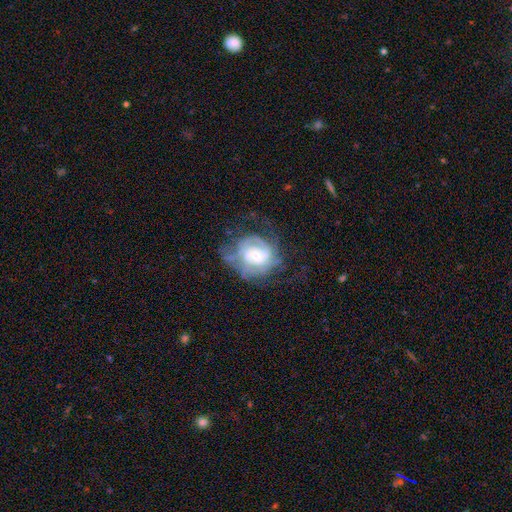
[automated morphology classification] smooth-or-featured: featured or disk: 77% | smooth: 16% | star or artifact: 7%
  disk-edge-on: no: 97% | yes: 3%
    bar: no: 60% | weak: 33% | strong: 7%
    has-spiral-arms: yes: 84% | no: 16%
      spiral-winding: tight: 61% | medium: 29% | loose: 10%
      spiral-arm-count: can't tell: 44% | 2: 30% | 3: 12% | 1: 6% | 4: 5% | more than 4: 4%
    bulge-size: small: 59% | moderate: 33% | large: 5% | none: 2% | dominant: 1%
  merging: none: 47% | major disturbance: 26% | minor disturbance: 24% | merger: 3%